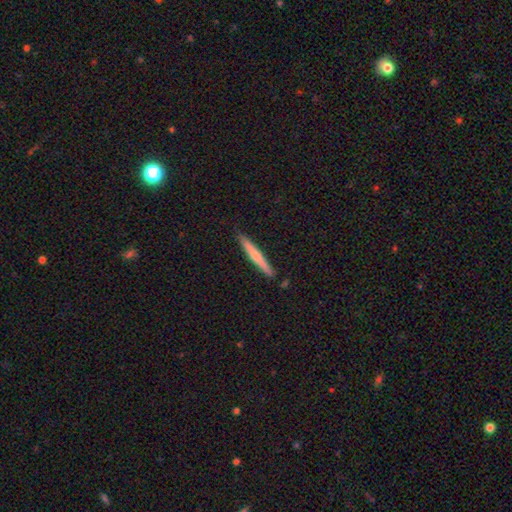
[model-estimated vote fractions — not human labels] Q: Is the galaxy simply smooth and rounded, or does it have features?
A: smooth — 60%.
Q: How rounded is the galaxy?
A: cigar-shaped — 96%.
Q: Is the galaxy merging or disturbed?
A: none — 90%.